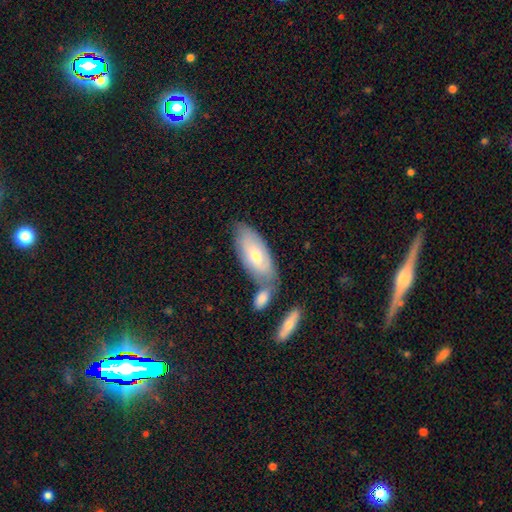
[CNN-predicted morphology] Q: Smooth or featured?
A: smooth (54%); runner-up: featured or disk (40%)
Q: How rounded?
A: in between (84%); runner-up: cigar-shaped (14%)
Q: Merging?
A: none (53%); runner-up: merger (25%)